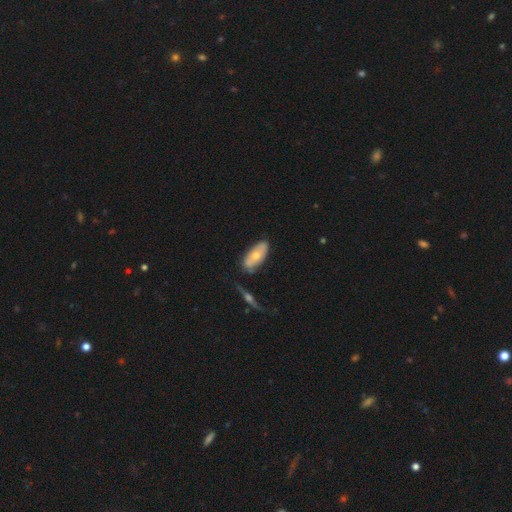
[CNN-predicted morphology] The model was most divided on "smooth or featured": smooth: 60%, featured or disk: 34%, star or artifact: 6%. More confident: how rounded — in between (85%); merging — none (69%).